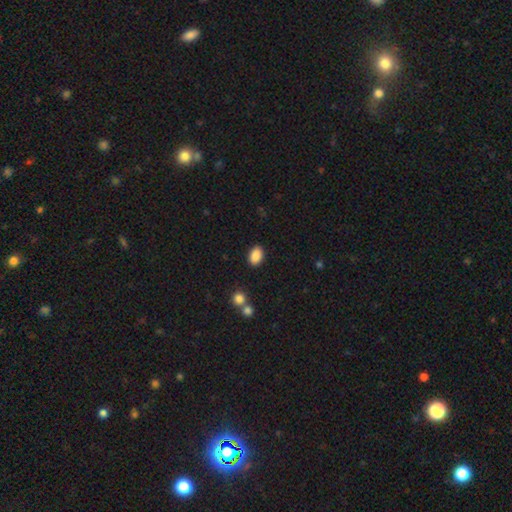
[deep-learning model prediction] Smooth or featured: smooth — 88% (star or artifact — 8%)
How rounded: in between — 87% (round — 12%)
Merging: none — 87% (minor disturbance — 8%)